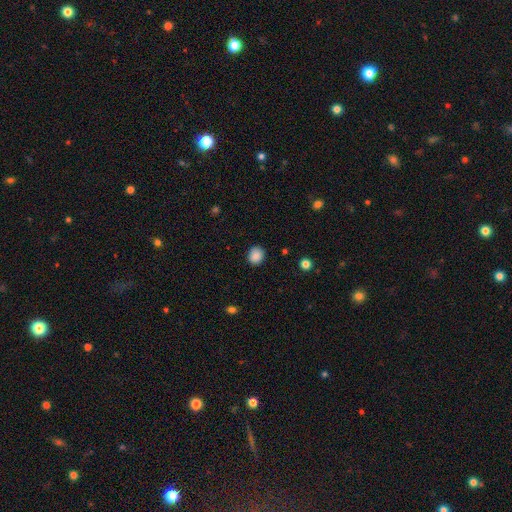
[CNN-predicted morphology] Smooth or featured?
  - smooth: 87% *
  - star or artifact: 9%
  - featured or disk: 3%
How rounded?
  - round: 74% *
  - in between: 25%
  - cigar-shaped: 1%
Merging?
  - none: 87% *
  - minor disturbance: 10%
  - major disturbance: 2%
  - merger: 1%